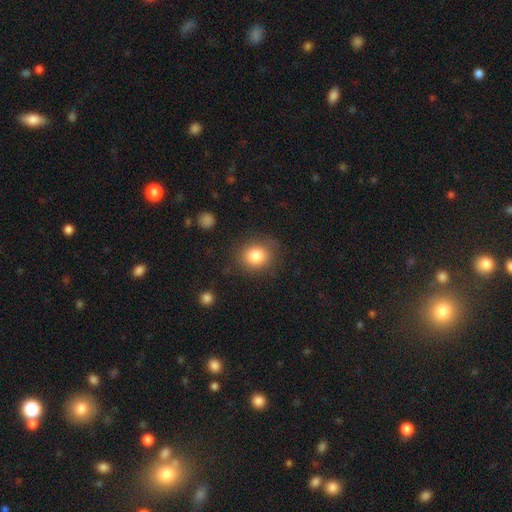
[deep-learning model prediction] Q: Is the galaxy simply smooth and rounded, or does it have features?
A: smooth — 83%.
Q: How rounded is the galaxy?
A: round — 70%.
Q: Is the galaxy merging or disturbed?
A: none — 80%.